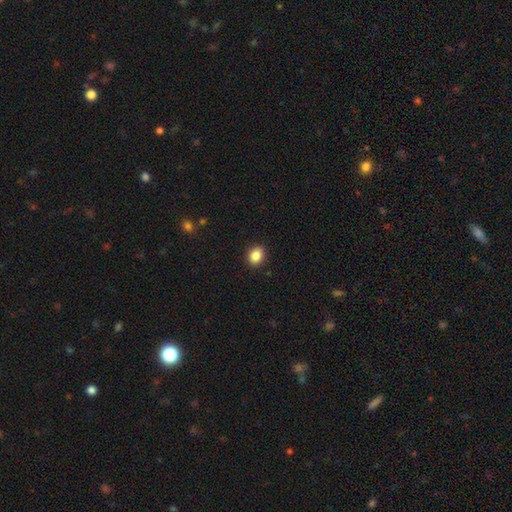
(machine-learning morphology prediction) smooth_or_featured: smooth (p=0.87) [alt: star or artifact p=0.09]
how_rounded: round (p=0.51) [alt: in between p=0.48]
merging: none (p=0.91) [alt: minor disturbance p=0.07]